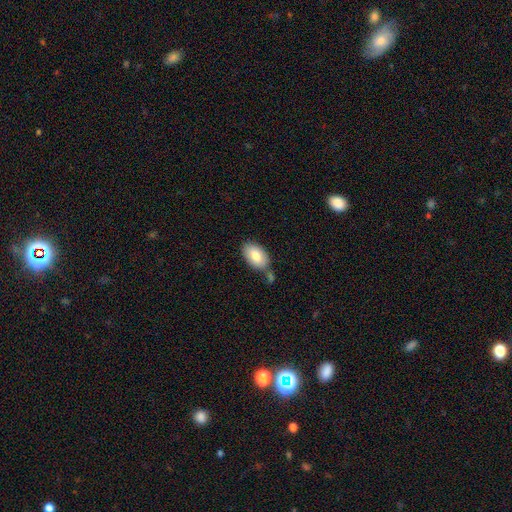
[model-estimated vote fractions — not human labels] Smooth or featured? smooth (82%)
How rounded? in between (94%)
Merging? none (65%)